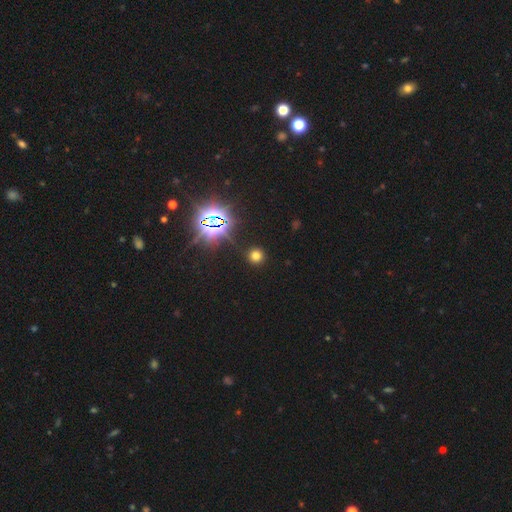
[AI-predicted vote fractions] A smooth galaxy with no disk features (65%) that is round (93%).

Vote fractions:
- Smooth or featured? smooth: 65% / star or artifact: 29% / featured or disk: 7%
- How rounded? round: 93% / in between: 5% / cigar-shaped: 1%
- Merging? none: 89% / minor disturbance: 6% / major disturbance: 3% / merger: 2%